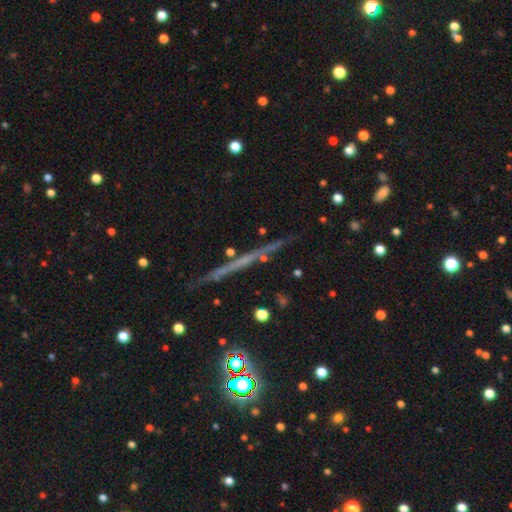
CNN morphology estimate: This is possibly a featured or disk galaxy (55%). It is clearly viewed edge-on (95%). Edge-on bulge: clearly none (85%). Merging: clearly none (86%).